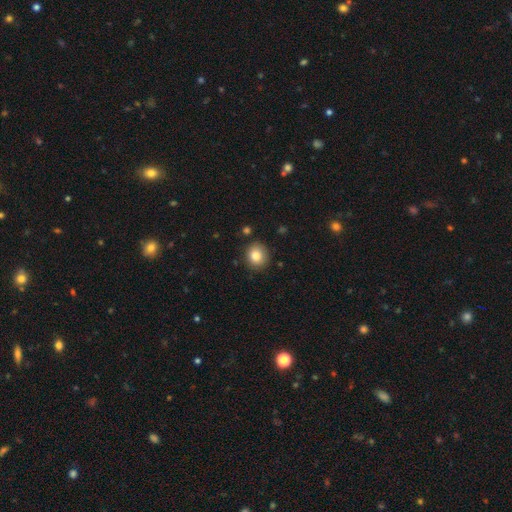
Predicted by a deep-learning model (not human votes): The model was most divided on "how rounded": round: 78%, in between: 21%, cigar-shaped: 1%. More confident: merging — none (86%); smooth or featured — smooth (84%).